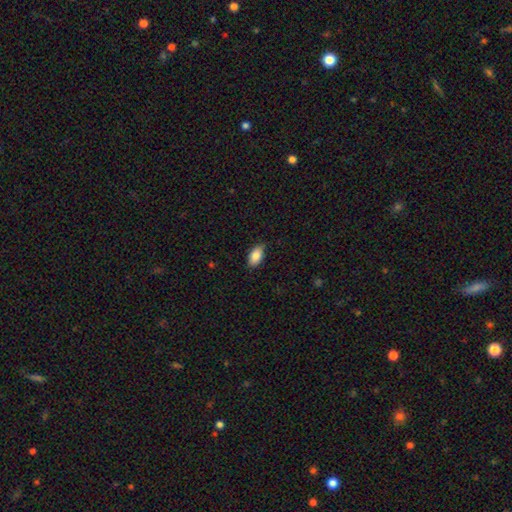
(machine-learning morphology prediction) Smooth or featured? Predicted: smooth (p=0.86). How rounded? Predicted: in between (p=0.93). Merging? Predicted: none (p=0.79).